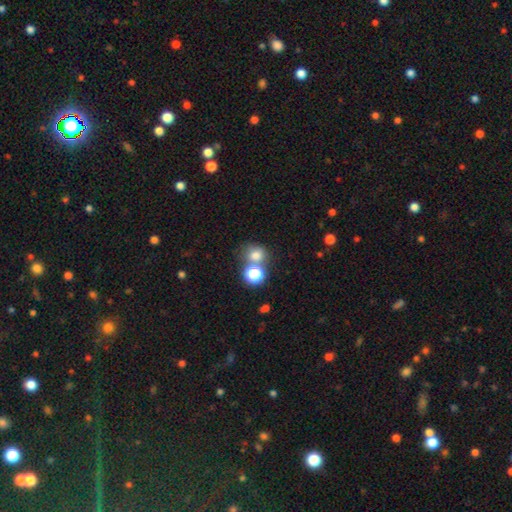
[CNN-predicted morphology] Smooth or featured? Predicted: smooth (p=0.71). How rounded? Predicted: round (p=0.72). Merging? Predicted: none (p=0.53).